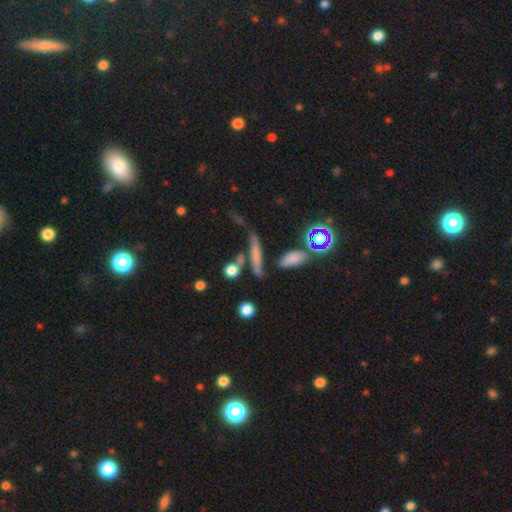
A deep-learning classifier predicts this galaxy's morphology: smooth-or-featured: smooth: 59% | featured or disk: 26% | star or artifact: 15%
  how-rounded: cigar-shaped: 69% | in between: 16% | round: 15%
  merging: none: 61% | minor disturbance: 16% | merger: 15% | major disturbance: 8%